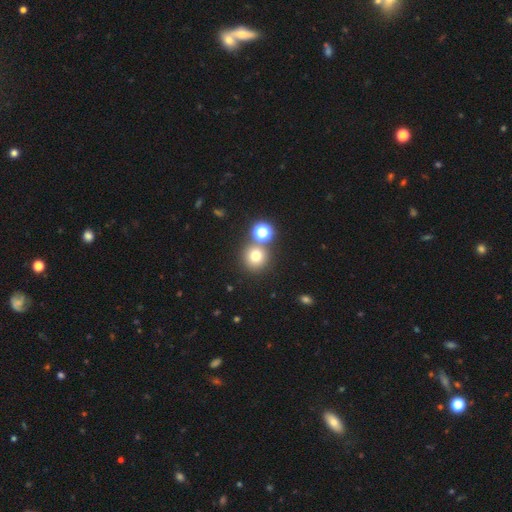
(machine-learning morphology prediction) smooth-or-featured: smooth: 73% | star or artifact: 19% | featured or disk: 9%
  how-rounded: round: 93% | in between: 6% | cigar-shaped: 1%
  merging: none: 73% | merger: 17% | minor disturbance: 7% | major disturbance: 3%